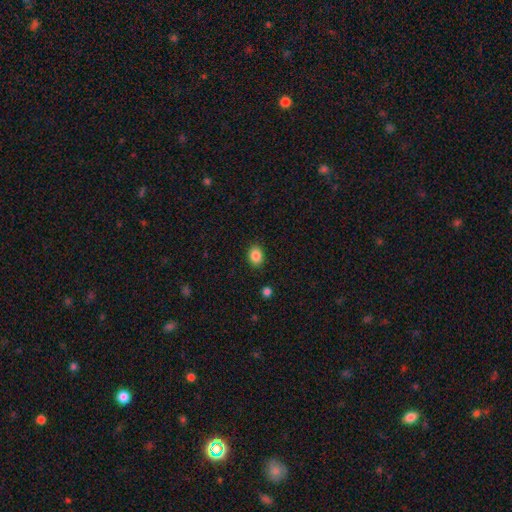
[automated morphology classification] A smooth galaxy with no disk features (87%) that is in between round and cigar-shaped (64%).

Vote fractions:
- Smooth or featured? smooth: 87% / star or artifact: 9% / featured or disk: 4%
- How rounded? in between: 64% / round: 35% / cigar-shaped: 1%
- Merging? none: 88% / minor disturbance: 8% / major disturbance: 2% / merger: 1%